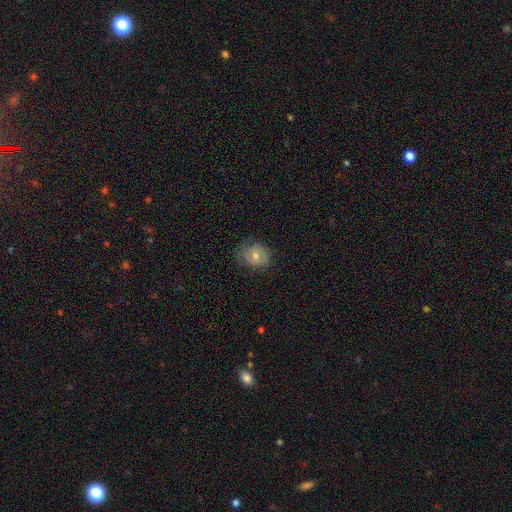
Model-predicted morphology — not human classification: The model was most divided on "smooth or featured": smooth: 53%, featured or disk: 37%, star or artifact: 10%. More confident: merging — none (69%); how rounded — round (62%).